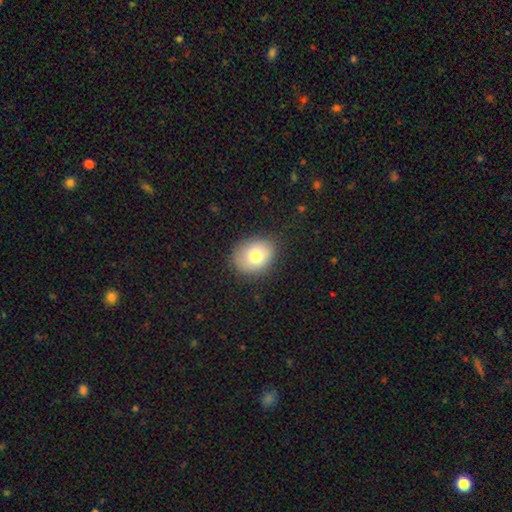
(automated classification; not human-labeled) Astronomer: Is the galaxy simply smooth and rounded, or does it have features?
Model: smooth — 77%.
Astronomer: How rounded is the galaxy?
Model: in between — 51% (runner-up: round, 49%).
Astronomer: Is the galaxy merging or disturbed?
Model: none — 83%.